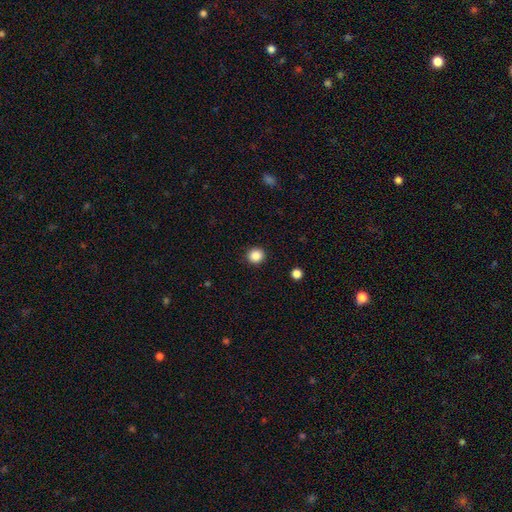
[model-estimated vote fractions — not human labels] Morphology: type=smooth (86%); roundness=round (92%); merging=none (92%).